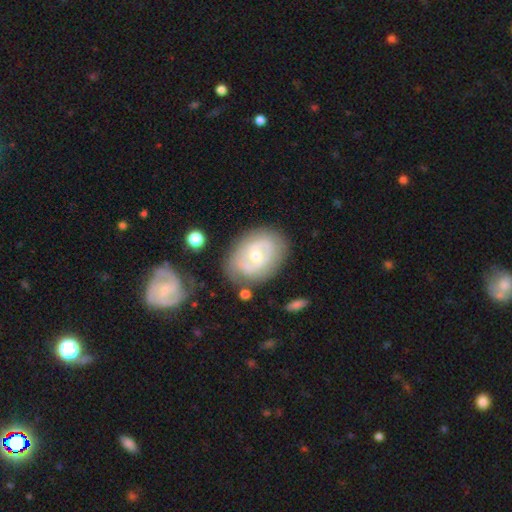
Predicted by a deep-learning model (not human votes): Smooth or featured? Predicted: featured or disk (p=0.67). Edge-on disk? Predicted: no (p=0.95). Bar? Predicted: no (p=0.51). Spiral arms? Predicted: yes (p=0.68). Bulge size? Predicted: moderate (p=0.49). Merging? Predicted: none (p=0.70).